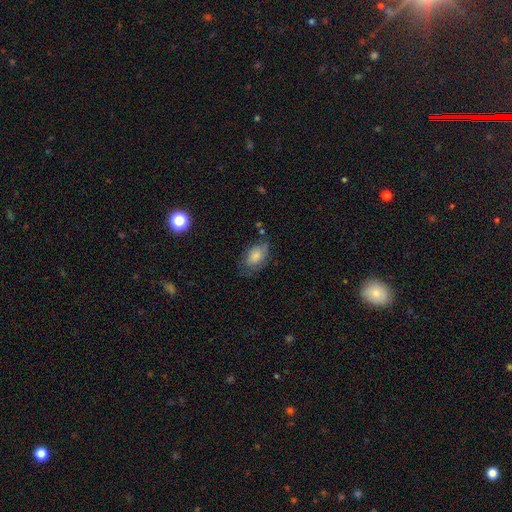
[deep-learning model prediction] Smooth or featured: smooth — 76% (featured or disk — 17%)
How rounded: in between — 90% (round — 8%)
Merging: none — 58% (minor disturbance — 28%)